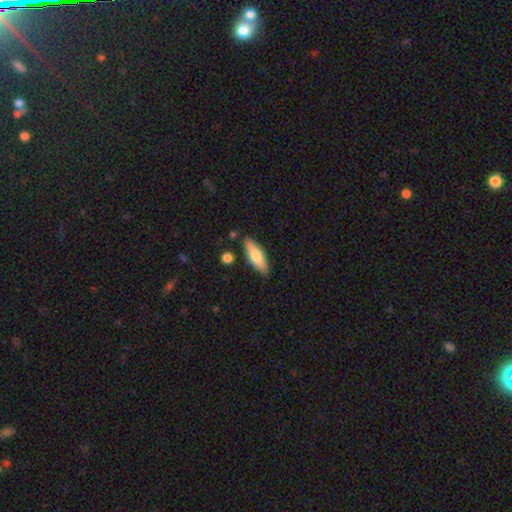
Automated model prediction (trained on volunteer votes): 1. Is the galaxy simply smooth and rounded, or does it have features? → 75% smooth, 19% featured or disk, 6% star or artifact.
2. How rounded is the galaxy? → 59% in between, 39% cigar-shaped, 2% round.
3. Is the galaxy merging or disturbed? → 82% none, 13% minor disturbance, 3% merger, 2% major disturbance.